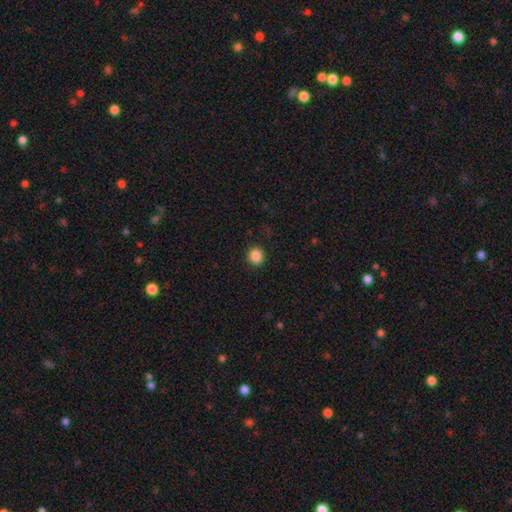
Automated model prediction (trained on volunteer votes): This appears to be a smooth galaxy with no disk features (86%) that is round (89%). Merging: none (90%).